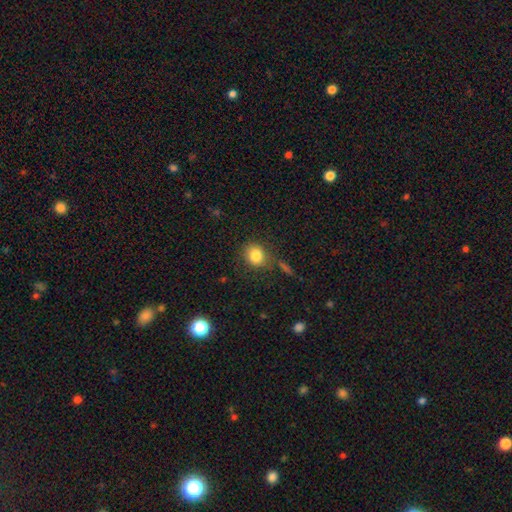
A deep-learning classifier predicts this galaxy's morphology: type=smooth (83%); roundness=round (74%); merging=none (79%).